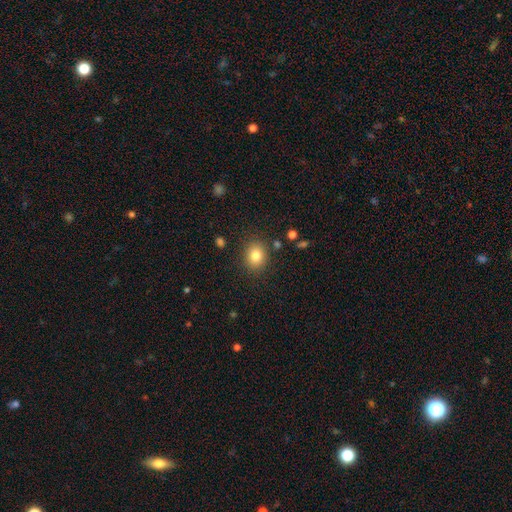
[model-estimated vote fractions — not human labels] smooth-or-featured: smooth: 82% | star or artifact: 10% | featured or disk: 7%
  how-rounded: round: 61% | in between: 38% | cigar-shaped: 1%
  merging: none: 85% | minor disturbance: 9% | major disturbance: 3% | merger: 2%